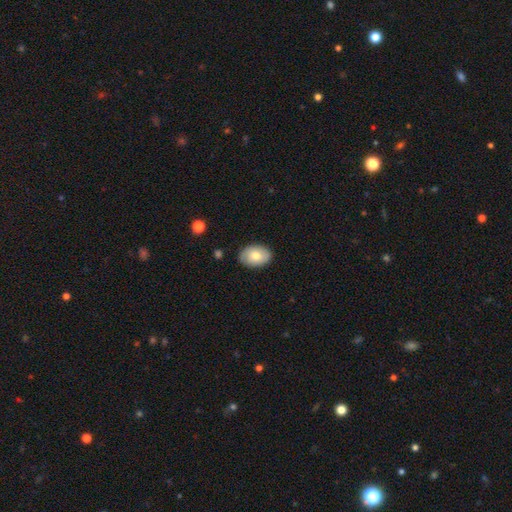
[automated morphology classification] Overall: smooth (71%). How rounded: in between (84%). Merging: none (83%).